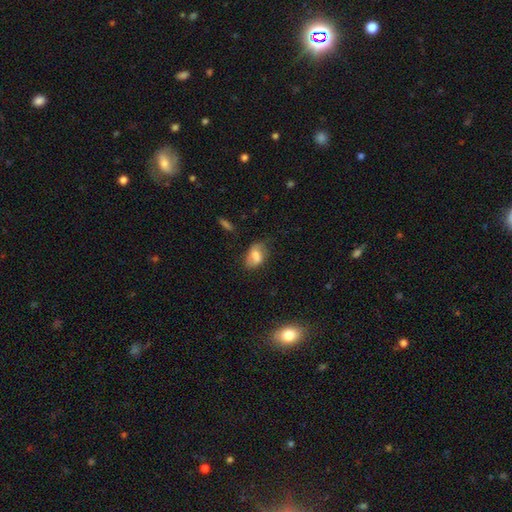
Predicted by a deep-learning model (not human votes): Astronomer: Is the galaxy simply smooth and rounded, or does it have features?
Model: smooth — 66%.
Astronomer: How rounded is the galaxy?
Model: in between — 84%.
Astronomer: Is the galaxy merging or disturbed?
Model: none — 54% (runner-up: minor disturbance, 30%).